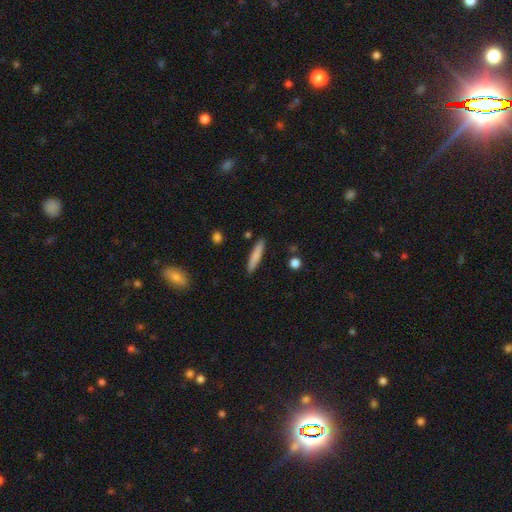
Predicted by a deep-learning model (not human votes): smooth 80%, featured or disk 14%, star or artifact 6%. Down the decision tree: how rounded — cigar-shaped (89%); merging — none (89%).